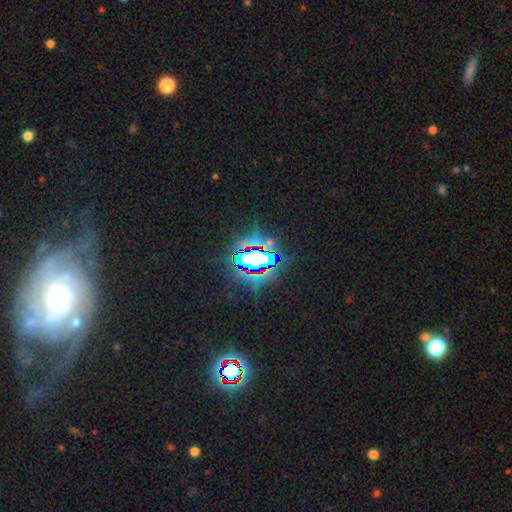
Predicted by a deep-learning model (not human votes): A star or artifact, not a galaxy (76%).